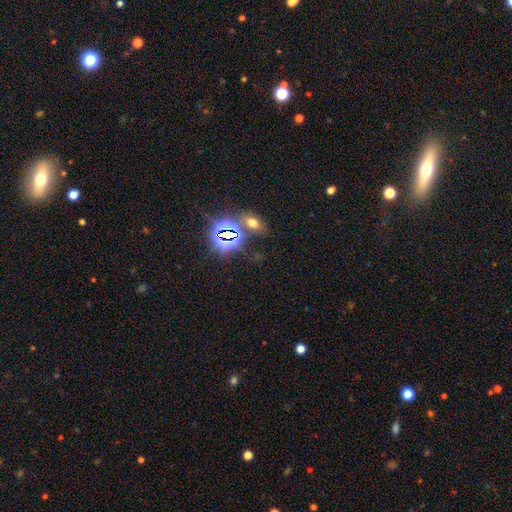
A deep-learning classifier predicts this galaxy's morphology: type=star or artifact (73%).